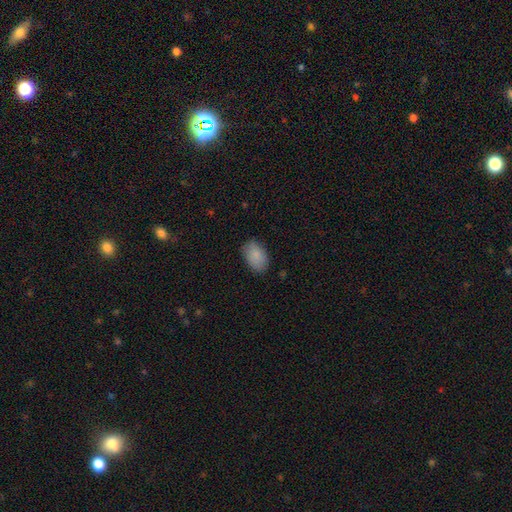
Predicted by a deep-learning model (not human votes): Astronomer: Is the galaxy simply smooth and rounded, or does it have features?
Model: smooth — 87%.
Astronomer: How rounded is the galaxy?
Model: in between — 92%.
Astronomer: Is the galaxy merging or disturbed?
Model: none — 83%.